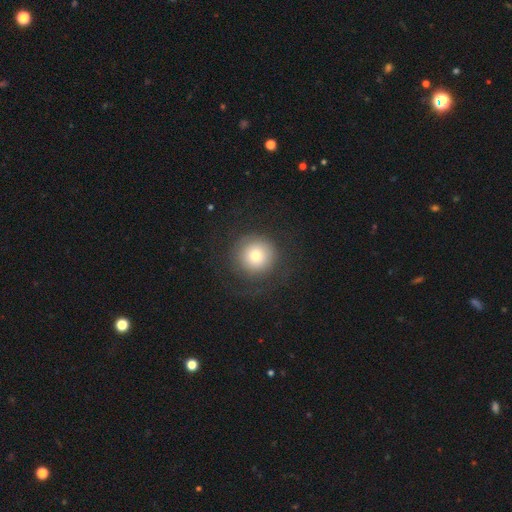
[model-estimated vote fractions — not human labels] The model was most divided on "smooth or featured": smooth: 69%, featured or disk: 20%, star or artifact: 11%. More confident: how rounded — round (96%); merging — none (78%).